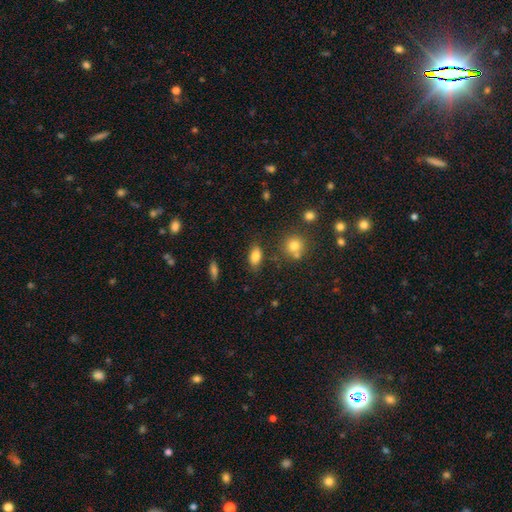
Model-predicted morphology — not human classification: Smooth or featured?
  - smooth: 81% *
  - star or artifact: 9%
  - featured or disk: 9%
How rounded?
  - in between: 87% *
  - round: 7%
  - cigar-shaped: 6%
Merging?
  - none: 78% *
  - minor disturbance: 14%
  - merger: 4%
  - major disturbance: 4%